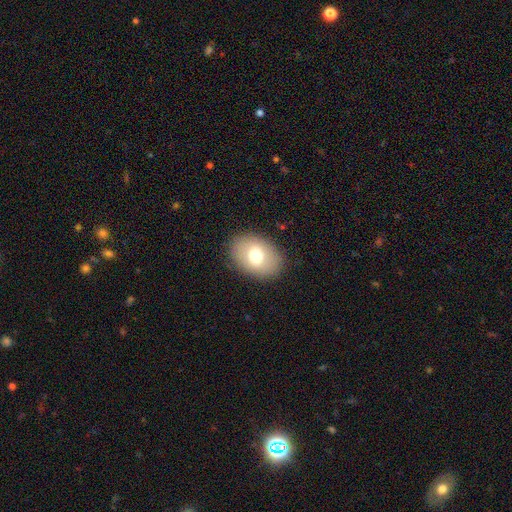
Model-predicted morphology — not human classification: The model was most divided on "how rounded": in between: 75%, round: 24%, cigar-shaped: 1%. More confident: merging — none (88%); smooth or featured — smooth (73%).